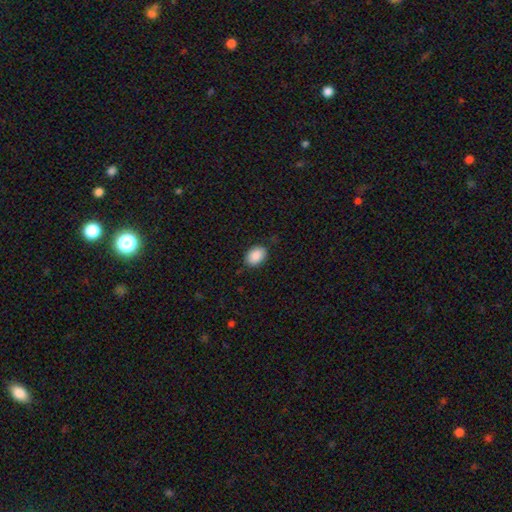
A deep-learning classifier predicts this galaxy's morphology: Smooth or featured? Predicted: smooth (p=0.89). How rounded? Predicted: in between (p=0.82). Merging? Predicted: none (p=0.81).